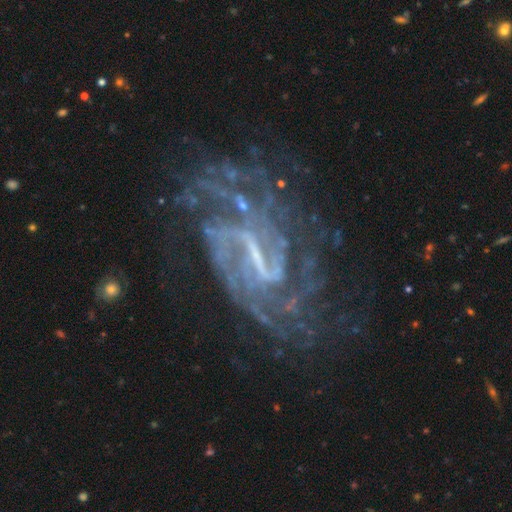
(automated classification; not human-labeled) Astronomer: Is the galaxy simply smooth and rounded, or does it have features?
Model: featured or disk — 87%.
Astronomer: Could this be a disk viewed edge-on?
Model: no — 96%.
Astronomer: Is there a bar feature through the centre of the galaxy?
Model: strong — 46% (runner-up: weak, 40%).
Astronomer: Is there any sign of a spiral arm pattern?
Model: yes — 94%.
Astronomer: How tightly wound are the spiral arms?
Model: medium — 43% (runner-up: tight, 39%).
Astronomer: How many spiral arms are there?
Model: can't tell — 31% (runner-up: 2, 28%).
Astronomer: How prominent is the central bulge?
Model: small — 43% (runner-up: none, 36%).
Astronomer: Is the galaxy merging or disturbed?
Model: none — 60%.